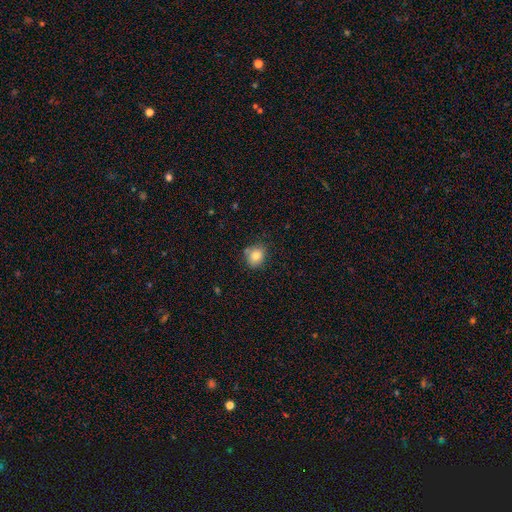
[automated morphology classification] A smooth galaxy with no disk features (82%) that is round (69%).

Vote fractions:
- Smooth or featured? smooth: 82% / star or artifact: 10% / featured or disk: 8%
- How rounded? round: 69% / in between: 30% / cigar-shaped: 1%
- Merging? none: 74% / minor disturbance: 18% / merger: 5% / major disturbance: 4%